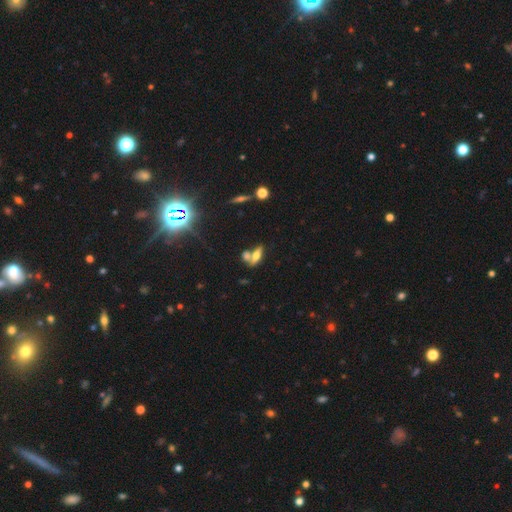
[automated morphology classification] The model was most divided on "merging": merger: 43%, none: 41%, minor disturbance: 10%, major disturbance: 5%. Remaining: smooth or featured — smooth (49%).